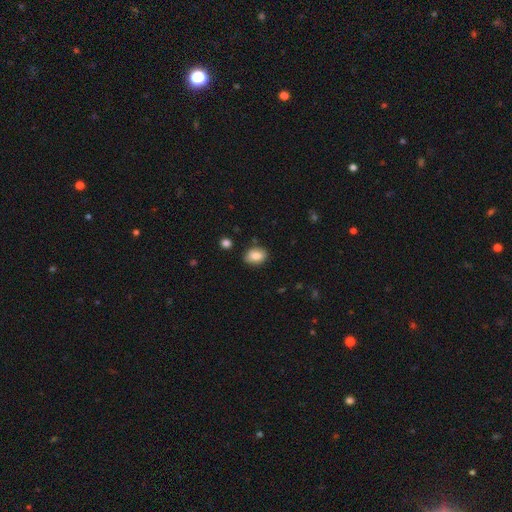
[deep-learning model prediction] smooth-or-featured: smooth: 84% | star or artifact: 8% | featured or disk: 8%
  how-rounded: in between: 78% | round: 20% | cigar-shaped: 1%
  merging: none: 83% | minor disturbance: 12% | major disturbance: 2% | merger: 2%